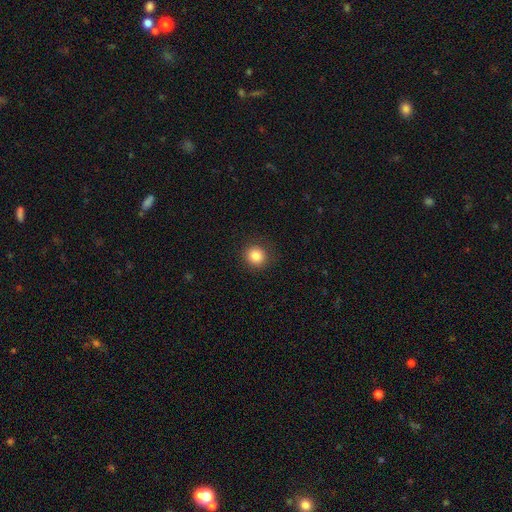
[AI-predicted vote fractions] smooth 84%, star or artifact 11%, featured or disk 6%. Down the decision tree: how rounded — round (91%); merging — none (90%).